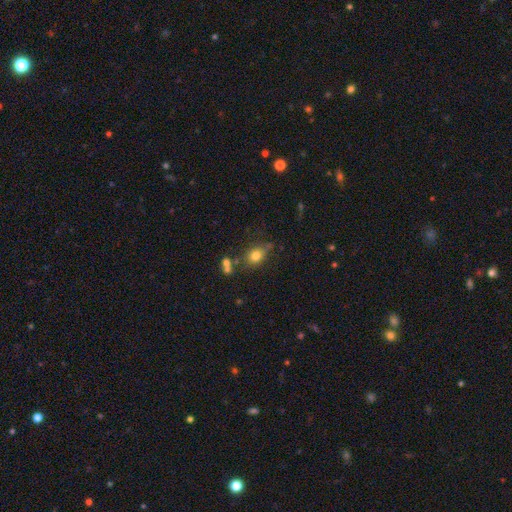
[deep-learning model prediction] Morphology: type=smooth (75%); roundness=round (49%); merging=none (61%).